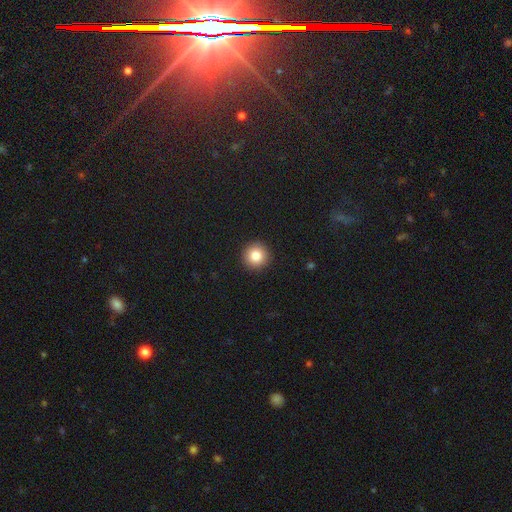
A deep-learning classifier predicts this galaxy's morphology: This is clearly a smooth galaxy (84%). How rounded: clearly round (96%). Merging: clearly none (93%).